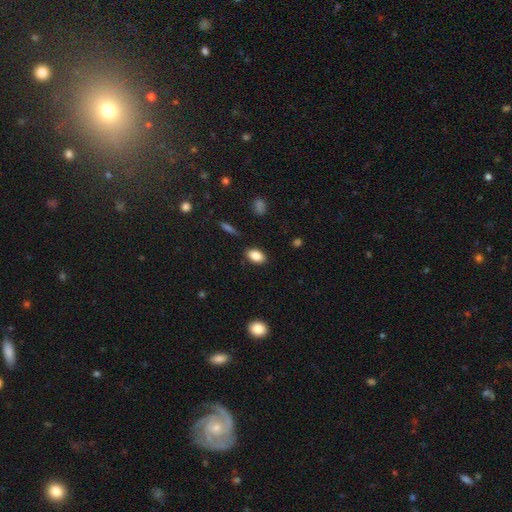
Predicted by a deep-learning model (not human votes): A smooth galaxy with no disk features (86%) that is in between round and cigar-shaped (90%).

Vote fractions:
- Smooth or featured? smooth: 86% / star or artifact: 8% / featured or disk: 6%
- How rounded? in between: 90% / round: 8% / cigar-shaped: 2%
- Merging? none: 86% / minor disturbance: 10% / major disturbance: 2% / merger: 1%